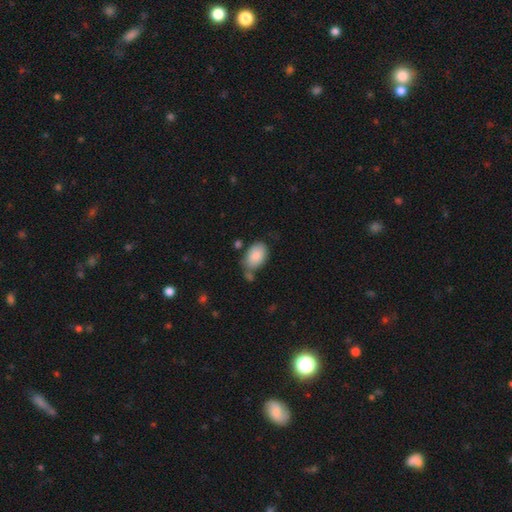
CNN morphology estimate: A smooth galaxy with no disk features (86%) that is in between round and cigar-shaped (90%).

Vote fractions:
- Smooth or featured? smooth: 86% / featured or disk: 7% / star or artifact: 7%
- How rounded? in between: 90% / round: 8% / cigar-shaped: 1%
- Merging? none: 59% / minor disturbance: 21% / merger: 14% / major disturbance: 6%